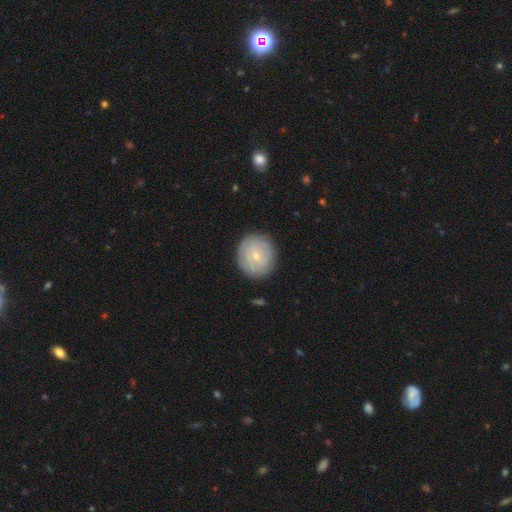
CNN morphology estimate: smooth-or-featured: smooth: 52% | featured or disk: 41% | star or artifact: 7%
  how-rounded: round: 82% | in between: 17% | cigar-shaped: 1%
  merging: none: 85% | minor disturbance: 11% | major disturbance: 3% | merger: 1%